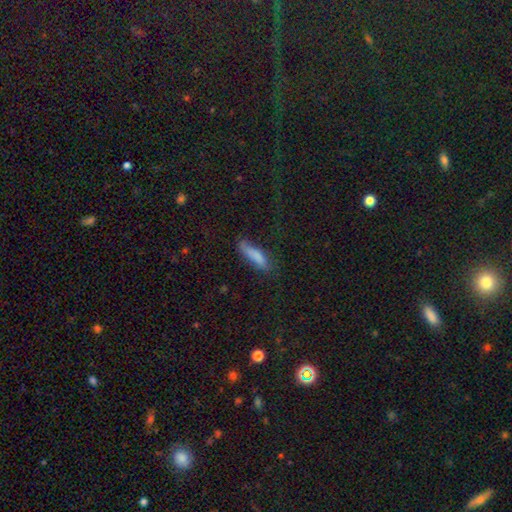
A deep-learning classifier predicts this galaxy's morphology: smooth_or_featured: smooth (p=0.79) [alt: featured or disk p=0.14]
how_rounded: cigar-shaped (p=0.69) [alt: in between p=0.29]
merging: none (p=0.63) [alt: minor disturbance p=0.26]